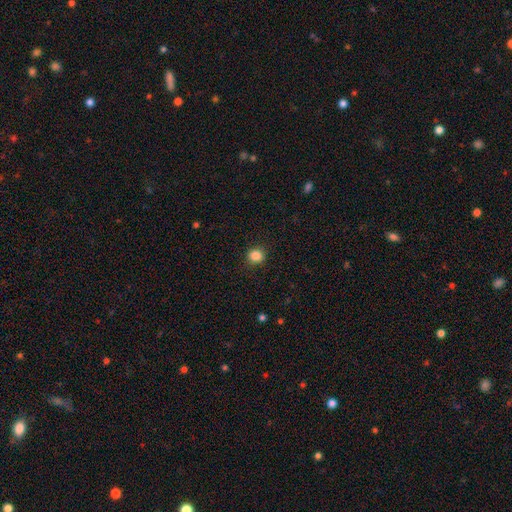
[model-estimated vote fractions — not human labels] Morphology: type=smooth (85%); roundness=round (87%); merging=none (90%).